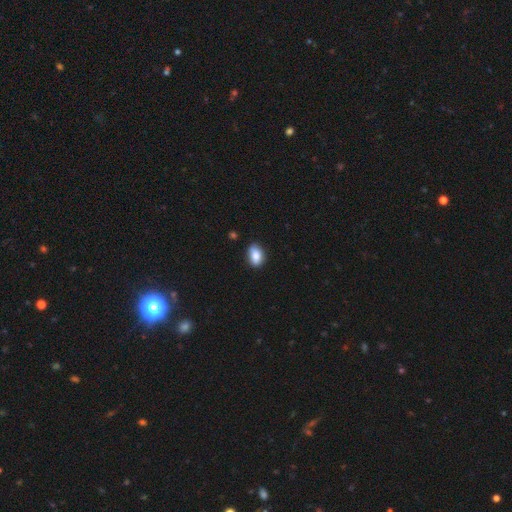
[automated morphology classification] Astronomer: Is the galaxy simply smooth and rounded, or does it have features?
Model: smooth — 84%.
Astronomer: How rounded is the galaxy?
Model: in between — 87%.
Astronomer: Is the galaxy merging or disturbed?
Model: none — 78%.